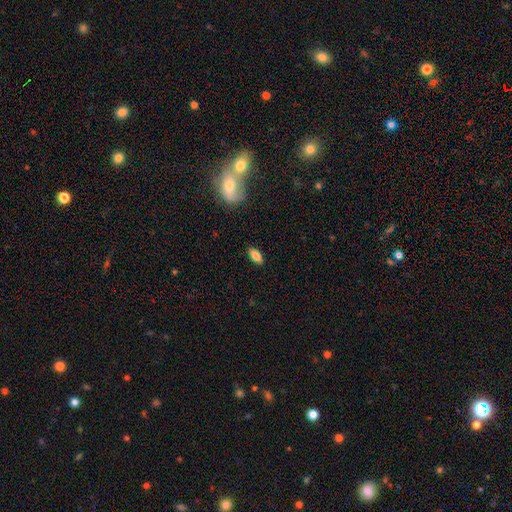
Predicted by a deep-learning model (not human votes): Smooth or featured?
  - smooth: 79% *
  - featured or disk: 12%
  - star or artifact: 8%
How rounded?
  - in between: 86% *
  - cigar-shaped: 10%
  - round: 4%
Merging?
  - none: 87% *
  - minor disturbance: 9%
  - major disturbance: 2%
  - merger: 1%